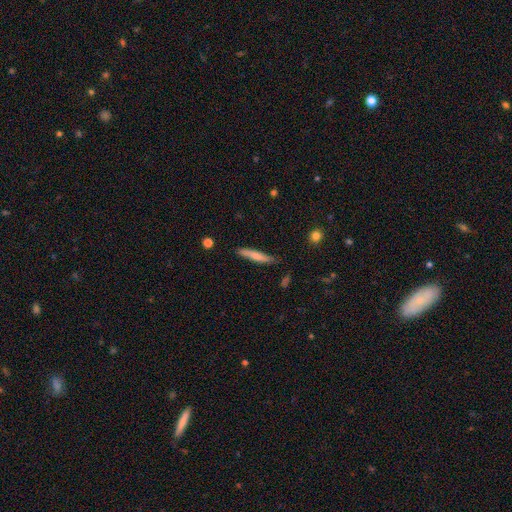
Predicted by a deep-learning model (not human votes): Overall: smooth (70%). How rounded: cigar-shaped (90%). Merging: none (77%).